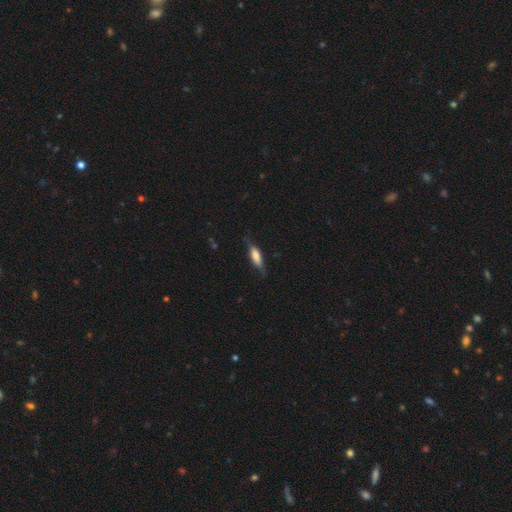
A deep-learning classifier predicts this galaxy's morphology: This is likely a smooth galaxy (61%). How rounded: possibly cigar-shaped (51%). Merging: likely none (69%).